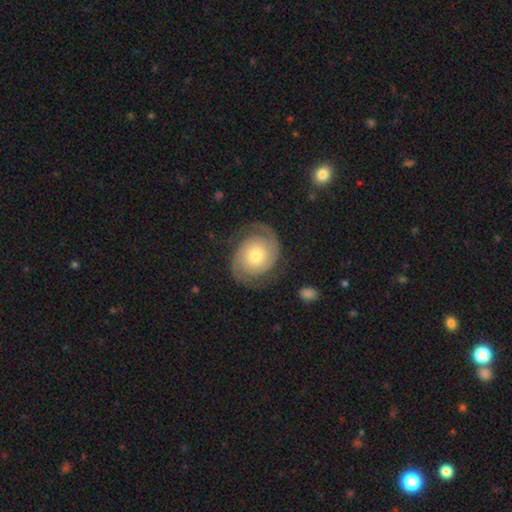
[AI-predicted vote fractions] This is clearly a featured or disk galaxy (87%). It is clearly not viewed edge-on (98%). Bar: likely no (79%). Spiral arm pattern: clearly yes (97%). Spiral arm count: clearly 2 (93%). Spiral winding: possibly tight (53%). Central bulge: possibly moderate (55%). Merging: likely none (80%).